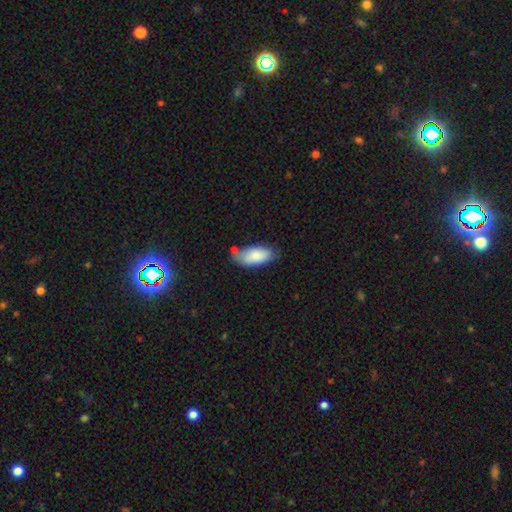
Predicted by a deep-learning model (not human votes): Smooth or featured: smooth — 82% (featured or disk — 11%)
How rounded: in between — 89% (cigar-shaped — 9%)
Merging: none — 58% (minor disturbance — 26%)